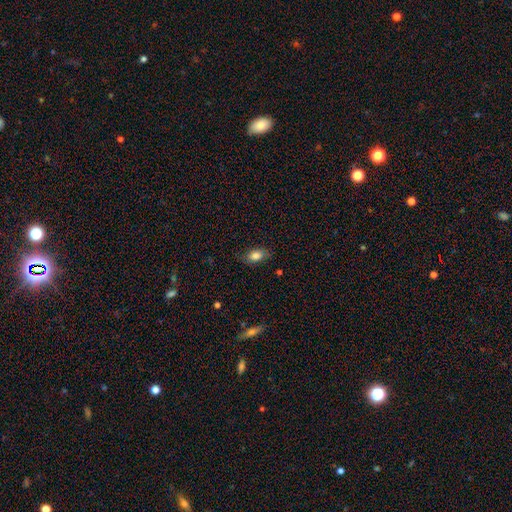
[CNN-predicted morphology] This appears to be a smooth galaxy with no disk features (82%) that is in between round and cigar-shaped (87%). Merging: none (79%).